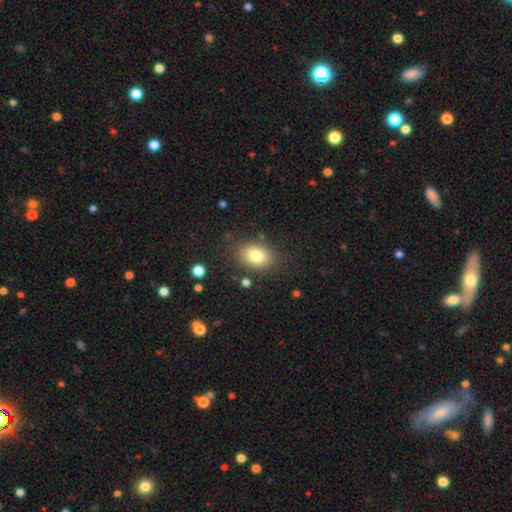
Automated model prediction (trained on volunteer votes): Q: Smooth or featured?
A: smooth (81%); runner-up: featured or disk (10%)
Q: How rounded?
A: in between (76%); runner-up: round (22%)
Q: Merging?
A: none (82%); runner-up: minor disturbance (11%)